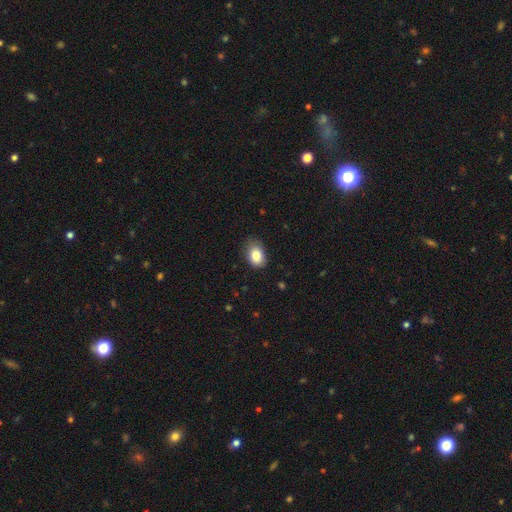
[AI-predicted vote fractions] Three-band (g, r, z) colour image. It shows a smooth galaxy with no disk features (83%) that is in between round and cigar-shaped (77%). Merging: none (74%).